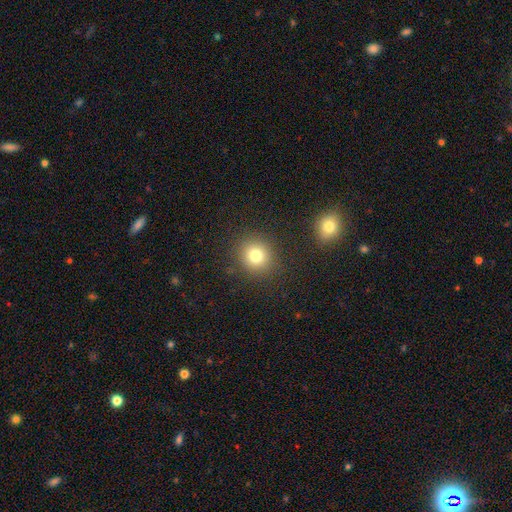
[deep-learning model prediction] A smooth galaxy with no disk features (78%) that is round (89%).

Vote fractions:
- Smooth or featured? smooth: 78% / star or artifact: 14% / featured or disk: 9%
- How rounded? round: 89% / in between: 10% / cigar-shaped: 1%
- Merging? none: 88% / minor disturbance: 7% / major disturbance: 3% / merger: 2%